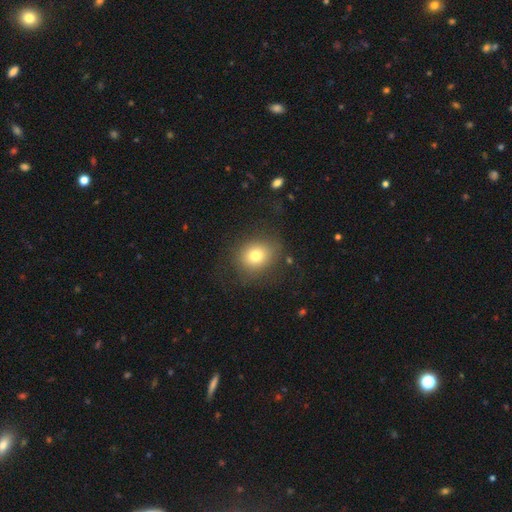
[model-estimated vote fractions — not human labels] Smooth or featured? Predicted: smooth (p=0.75). How rounded? Predicted: round (p=0.69). Merging? Predicted: none (p=0.77).